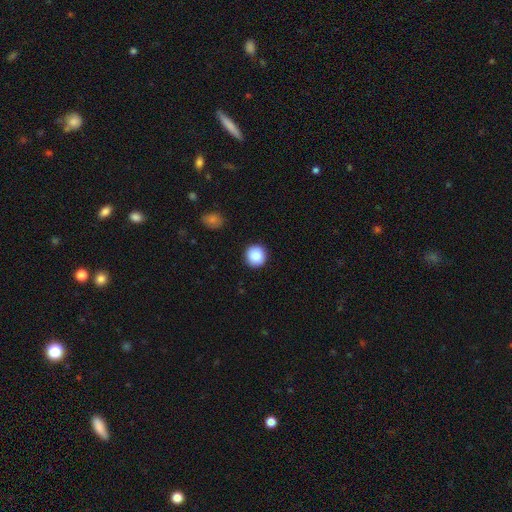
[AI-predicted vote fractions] Q: Smooth or featured?
A: smooth (88%); runner-up: star or artifact (8%)
Q: How rounded?
A: round (94%); runner-up: in between (5%)
Q: Merging?
A: none (91%); runner-up: minor disturbance (6%)